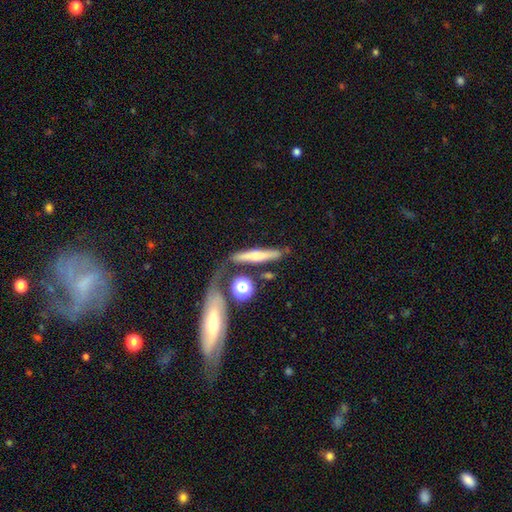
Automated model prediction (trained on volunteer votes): This is possibly a smooth galaxy (52%). How rounded: likely cigar-shaped (80%). Merging: likely none (60%).